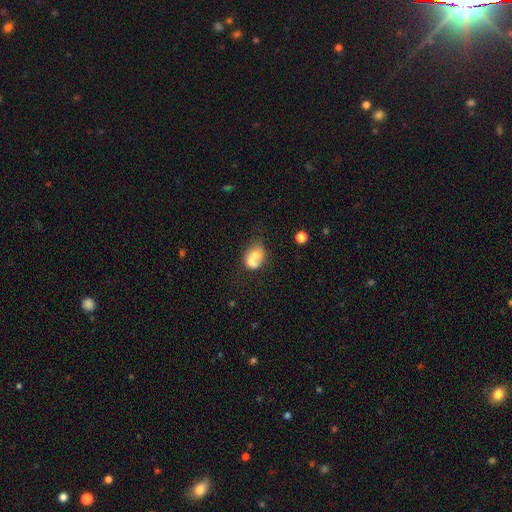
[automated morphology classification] A smooth galaxy with no disk features (64%) that is in between round and cigar-shaped (54%). Merging: merger (58%).